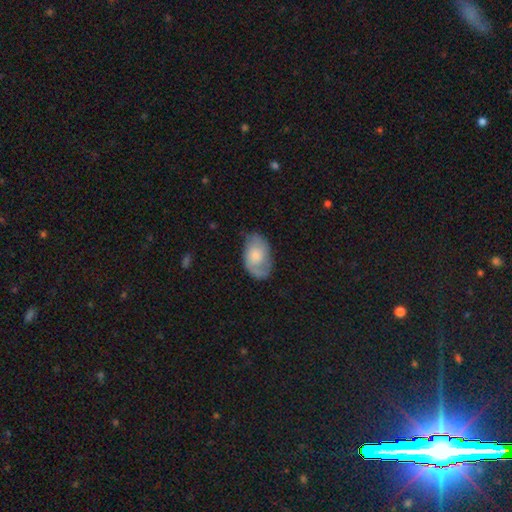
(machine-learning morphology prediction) type=featured or disk (49%); merging=none (65%).